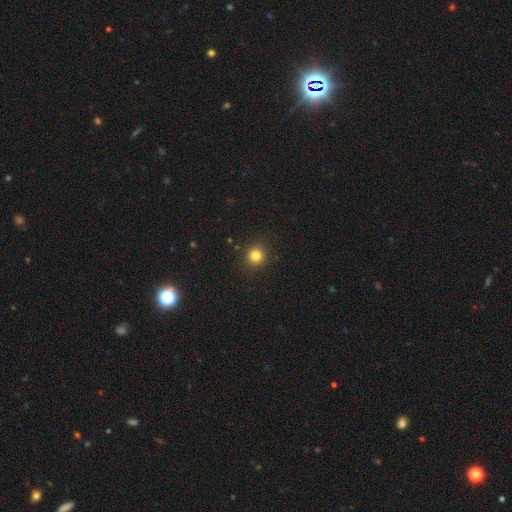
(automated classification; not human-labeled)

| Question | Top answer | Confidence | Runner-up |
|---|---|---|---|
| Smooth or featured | smooth | 81% | star or artifact (13%) |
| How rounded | round | 92% | in between (7%) |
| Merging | none | 91% | minor disturbance (6%) |